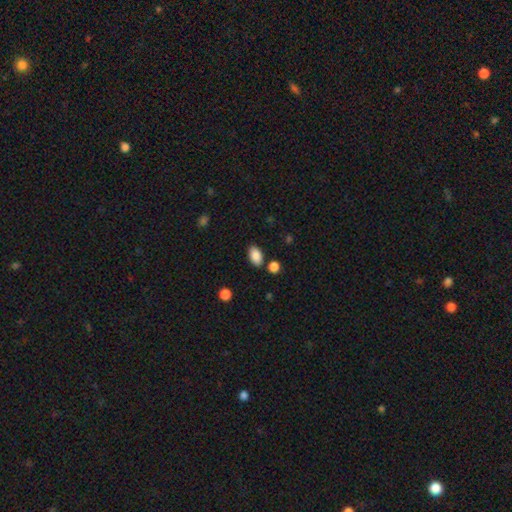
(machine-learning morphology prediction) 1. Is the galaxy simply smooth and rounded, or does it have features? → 87% smooth, 8% star or artifact, 5% featured or disk.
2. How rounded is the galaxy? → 92% in between, 7% round, 2% cigar-shaped.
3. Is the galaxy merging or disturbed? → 80% none, 11% minor disturbance, 6% merger, 3% major disturbance.